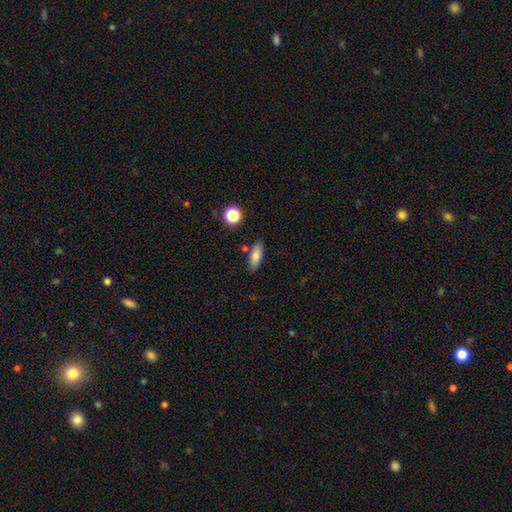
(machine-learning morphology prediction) type=smooth (80%); roundness=in between (71%); merging=none (81%).